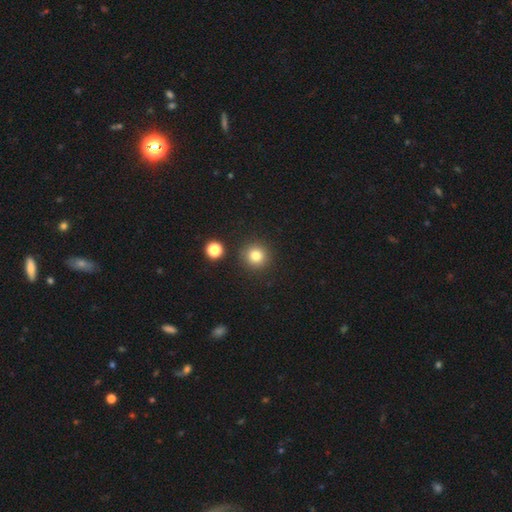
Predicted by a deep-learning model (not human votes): A smooth galaxy with no disk features (80%) that is round (94%).

Vote fractions:
- Smooth or featured? smooth: 80% / star or artifact: 13% / featured or disk: 7%
- How rounded? round: 94% / in between: 5% / cigar-shaped: 1%
- Merging? none: 89% / minor disturbance: 6% / merger: 3% / major disturbance: 2%